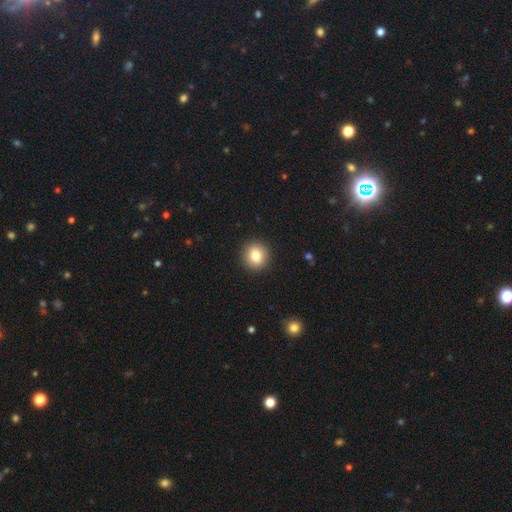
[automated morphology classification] smooth-or-featured: smooth: 82% | star or artifact: 9% | featured or disk: 8%
  how-rounded: round: 84% | in between: 15% | cigar-shaped: 1%
  merging: none: 92% | minor disturbance: 6% | major disturbance: 2% | merger: 1%